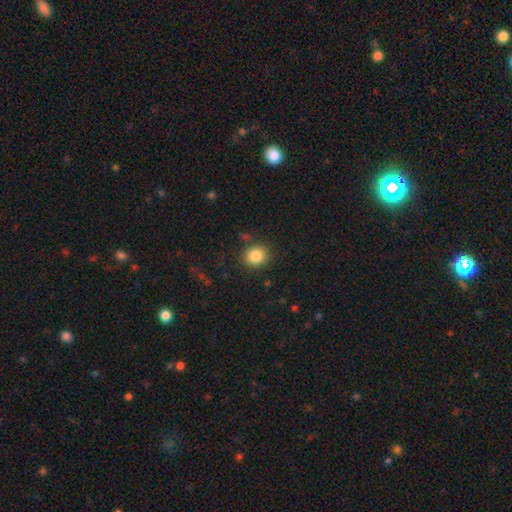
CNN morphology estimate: A smooth galaxy with no disk features (85%) that is round (76%). Merging: none (85%).